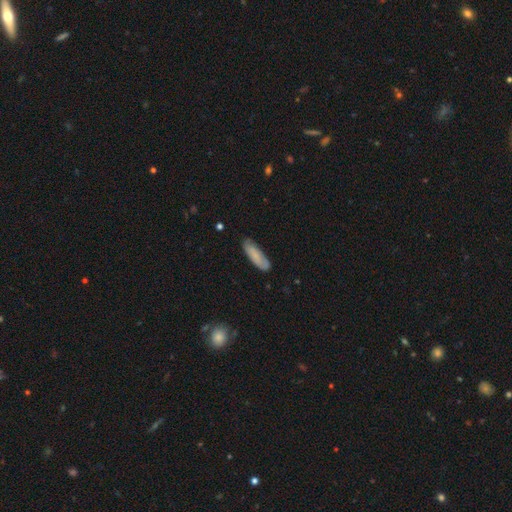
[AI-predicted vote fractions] Q: Smooth or featured?
A: smooth (76%); runner-up: featured or disk (18%)
Q: How rounded?
A: cigar-shaped (51%); runner-up: in between (48%)
Q: Merging?
A: none (78%); runner-up: minor disturbance (17%)